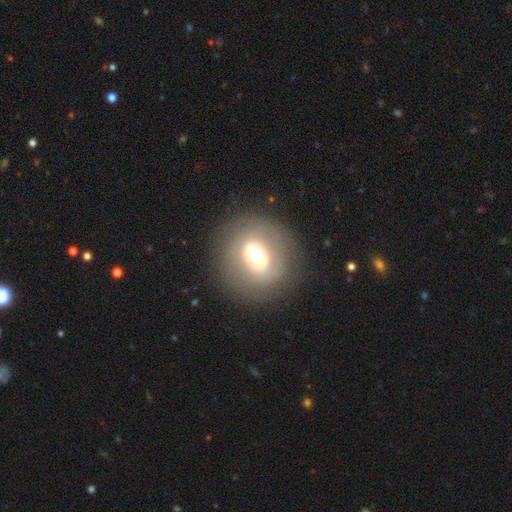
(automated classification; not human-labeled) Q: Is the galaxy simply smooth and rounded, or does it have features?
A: smooth — 53%.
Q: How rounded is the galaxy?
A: round — 85%.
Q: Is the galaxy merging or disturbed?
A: none — 80%.